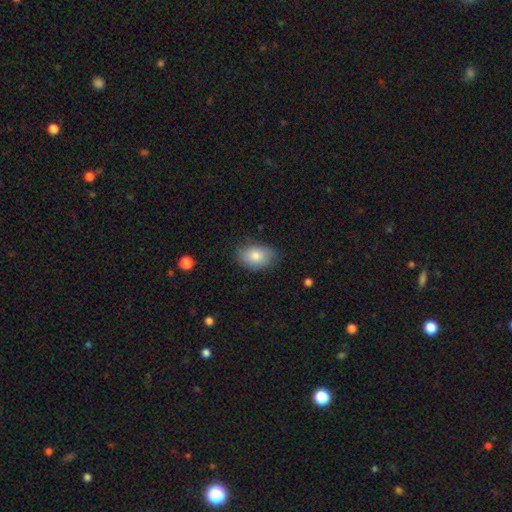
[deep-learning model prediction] Morphology: type=smooth (82%); roundness=in between (87%); merging=none (78%).